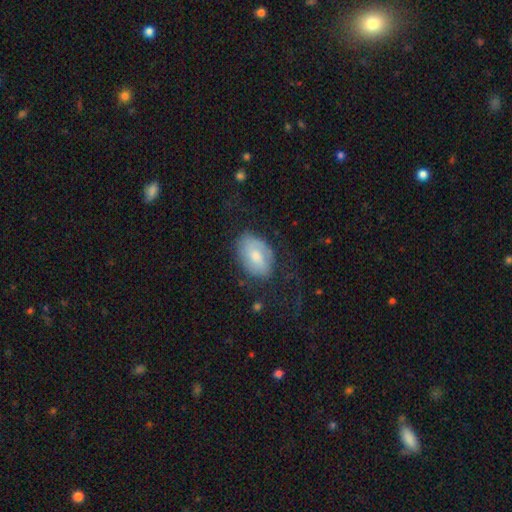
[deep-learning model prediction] Morphology: type=smooth (57%); roundness=in between (86%); merging=none (64%).